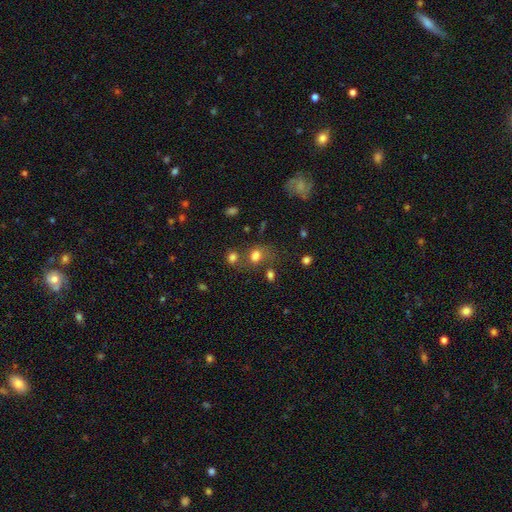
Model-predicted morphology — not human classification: smooth_or_featured: smooth (p=0.73) [alt: star or artifact p=0.16]
how_rounded: in between (p=0.52) [alt: round p=0.46]
merging: none (p=0.51) [alt: merger p=0.24]